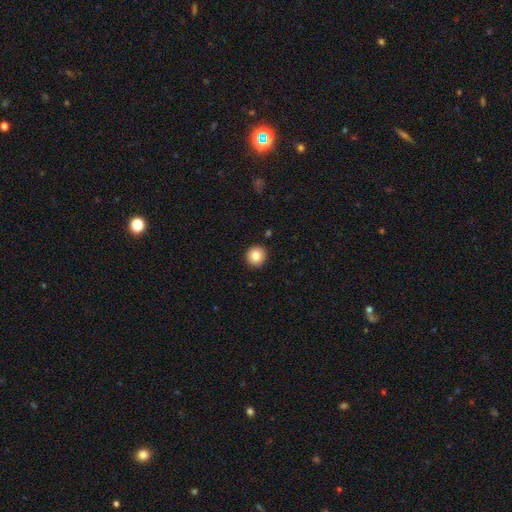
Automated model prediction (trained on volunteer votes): This appears to be a smooth galaxy with no disk features (83%) that is round (94%). Merging: none (92%).